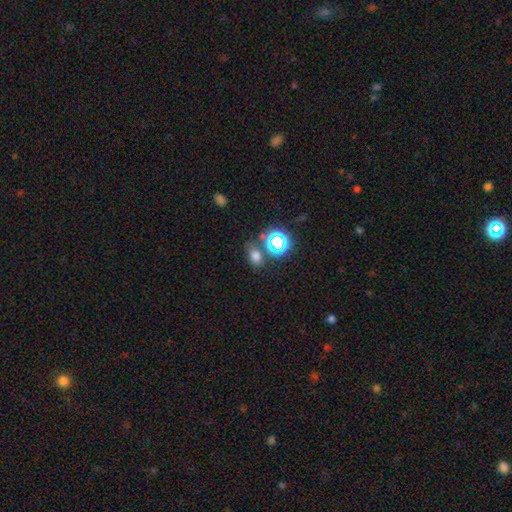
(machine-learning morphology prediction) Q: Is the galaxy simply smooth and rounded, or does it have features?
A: smooth — 68%.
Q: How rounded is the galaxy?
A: in between — 69%.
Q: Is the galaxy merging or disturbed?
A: none — 66%.